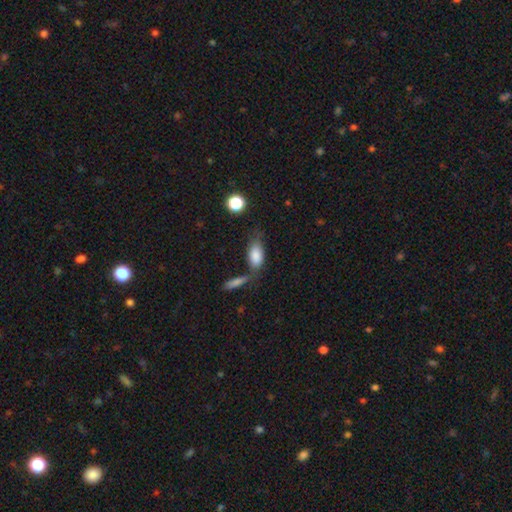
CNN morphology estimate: This appears to be a smooth galaxy with no disk features (82%) that is in between round and cigar-shaped (87%). Merging: none (46%).